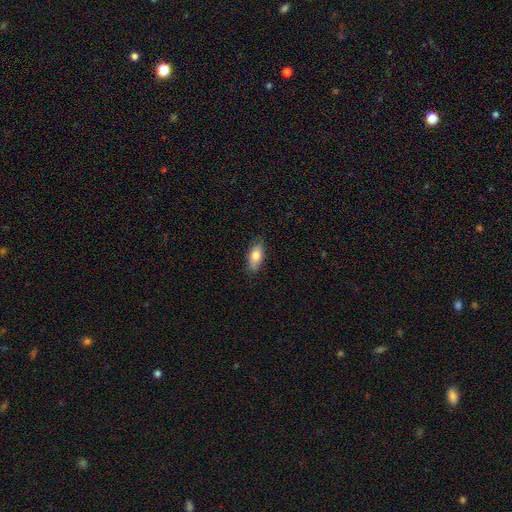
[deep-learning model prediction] Smooth or featured? Predicted: smooth (p=0.80). How rounded? Predicted: in between (p=0.86). Merging? Predicted: none (p=0.83).